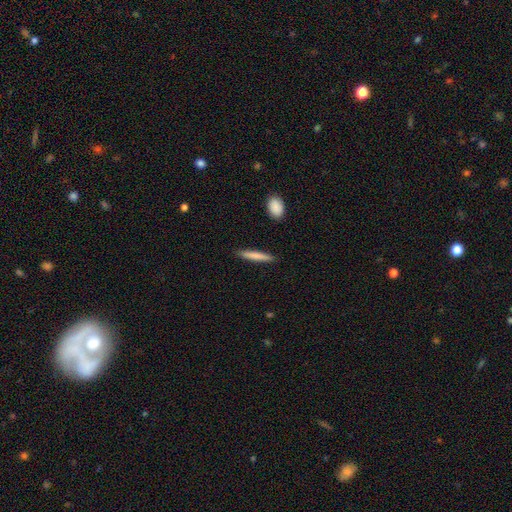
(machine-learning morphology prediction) Q: Smooth or featured?
A: smooth (76%); runner-up: featured or disk (18%)
Q: How rounded?
A: cigar-shaped (92%); runner-up: in between (6%)
Q: Merging?
A: none (89%); runner-up: minor disturbance (7%)